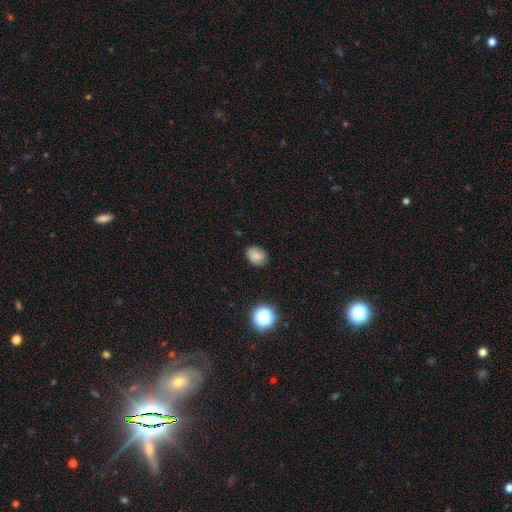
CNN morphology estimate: Smooth or featured: smooth — 80% (star or artifact — 13%)
How rounded: in between — 59% (round — 40%)
Merging: none — 81% (minor disturbance — 15%)